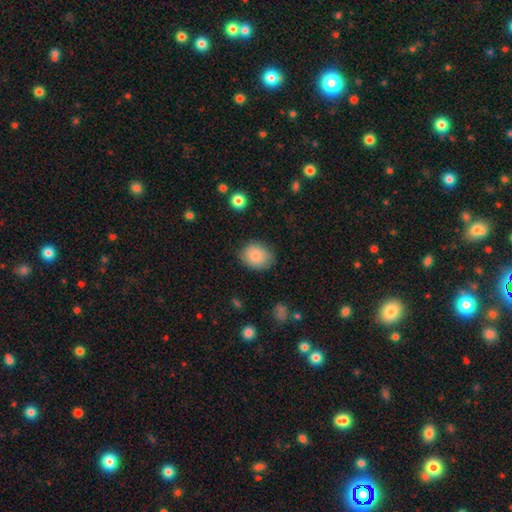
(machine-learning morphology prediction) Q: Smooth or featured?
A: smooth (85%); runner-up: star or artifact (8%)
Q: How rounded?
A: round (51%); runner-up: in between (48%)
Q: Merging?
A: none (78%); runner-up: minor disturbance (17%)